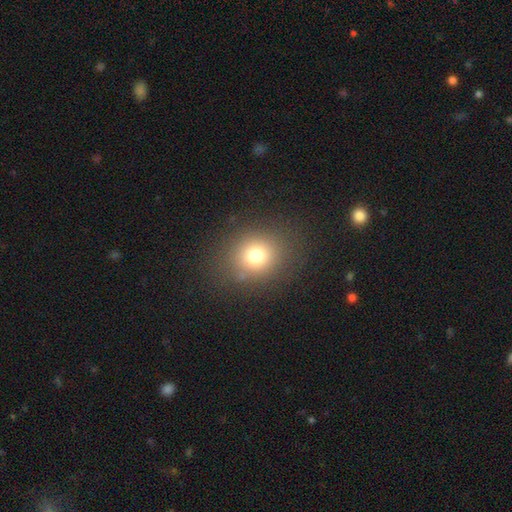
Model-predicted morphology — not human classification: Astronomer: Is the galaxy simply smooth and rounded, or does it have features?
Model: smooth — 74%.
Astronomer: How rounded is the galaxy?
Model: round — 76%.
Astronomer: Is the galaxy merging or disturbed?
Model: none — 84%.